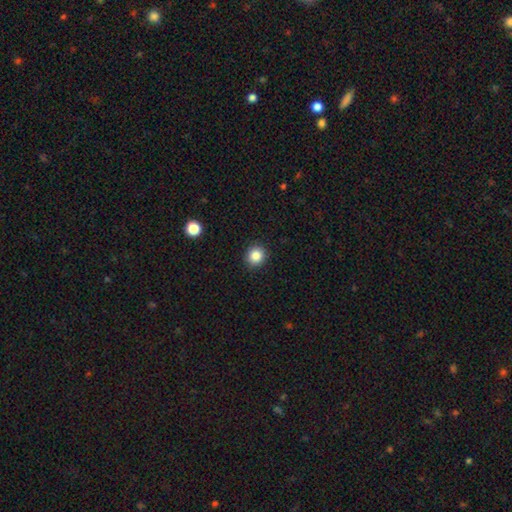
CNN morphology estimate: Smooth or featured? smooth (86%)
How rounded? round (88%)
Merging? none (91%)